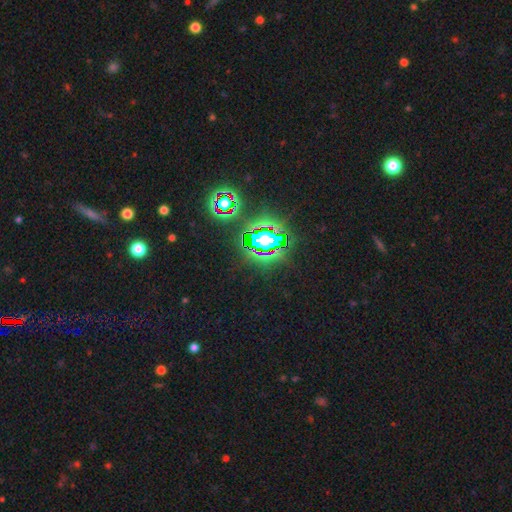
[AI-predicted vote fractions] Smooth or featured?
  - star or artifact: 82% *
  - smooth: 11%
  - featured or disk: 6%